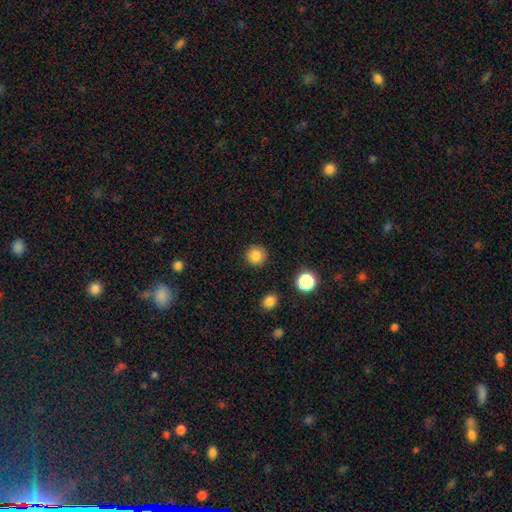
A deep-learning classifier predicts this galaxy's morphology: smooth-or-featured: smooth: 85% | star or artifact: 11% | featured or disk: 4%
  how-rounded: round: 94% | in between: 5% | cigar-shaped: 1%
  merging: none: 91% | minor disturbance: 6% | major disturbance: 2% | merger: 1%